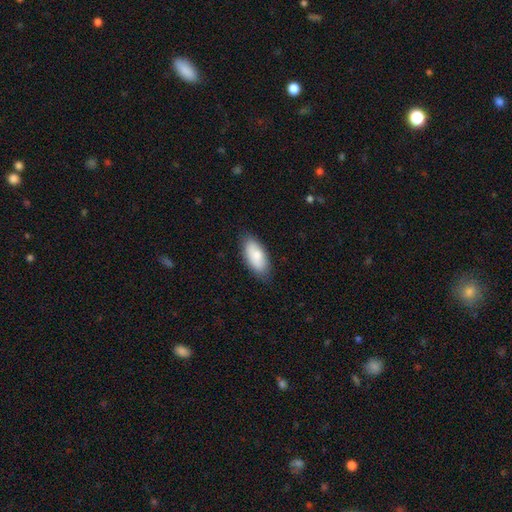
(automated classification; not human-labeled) smooth-or-featured: smooth: 81% | featured or disk: 14% | star or artifact: 6%
  how-rounded: in between: 88% | cigar-shaped: 10% | round: 2%
  merging: none: 82% | minor disturbance: 14% | major disturbance: 3% | merger: 1%